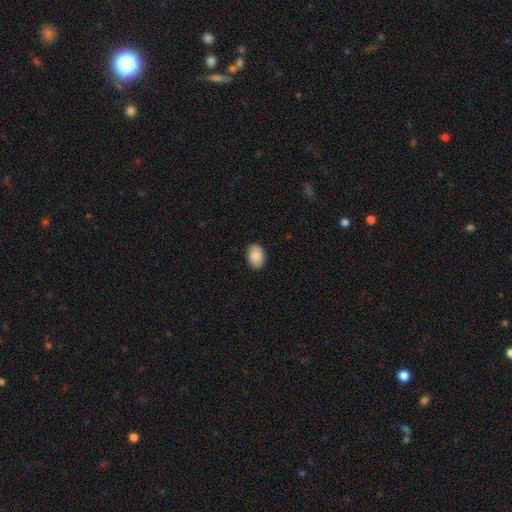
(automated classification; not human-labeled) Smooth or featured? smooth (89%)
How rounded? in between (86%)
Merging? none (89%)